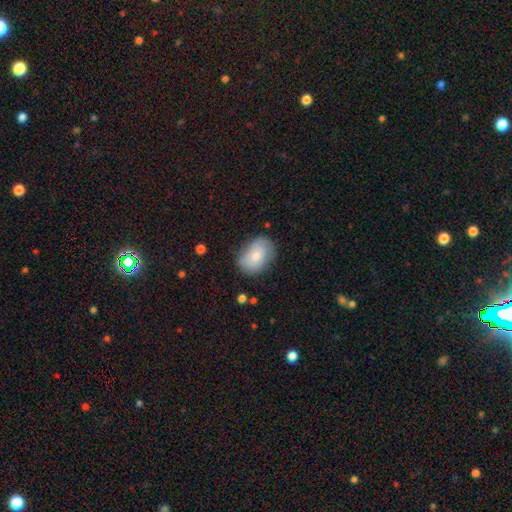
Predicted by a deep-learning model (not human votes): The model was most divided on "merging": none: 73%, minor disturbance: 21%, major disturbance: 5%, merger: 1%. More confident: how rounded — in between (78%); smooth or featured — smooth (73%).